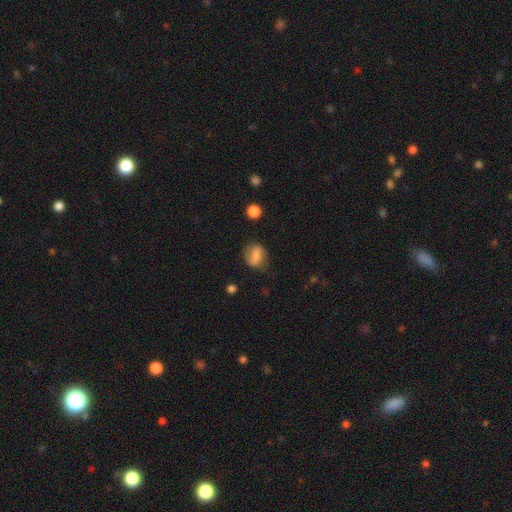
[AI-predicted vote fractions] Smooth or featured: smooth — 58% (featured or disk — 33%)
How rounded: in between — 60% (round — 38%)
Merging: none — 65% (minor disturbance — 23%)